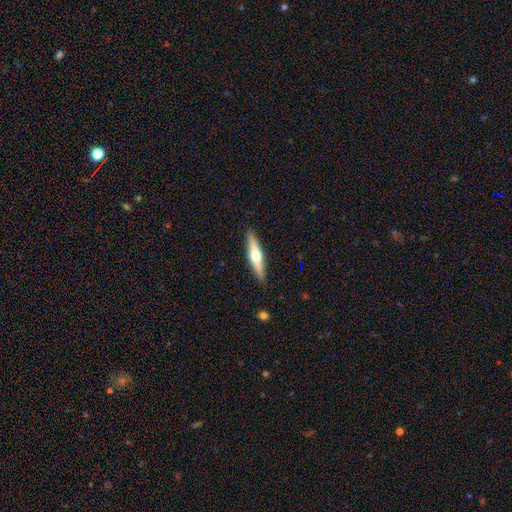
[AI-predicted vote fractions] smooth_or_featured: featured or disk (p=0.61) [alt: smooth p=0.34]
disk_edge_on: yes (p=0.96) [alt: no p=0.04]
edge_on_bulge: rounded (p=0.93) [alt: none p=0.04]
merging: none (p=0.90) [alt: minor disturbance p=0.07]